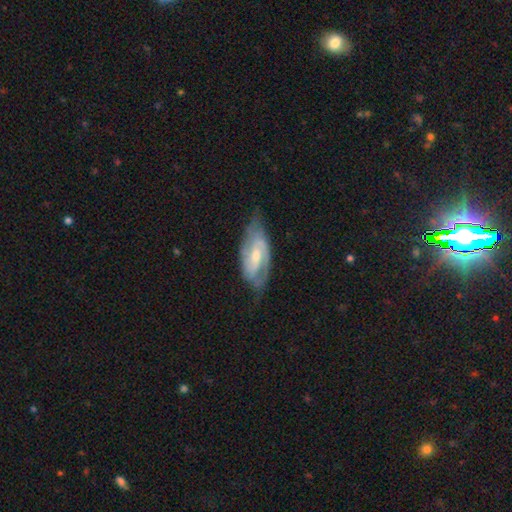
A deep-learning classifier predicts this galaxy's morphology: Smooth or featured? featured or disk (82%)
Edge-on disk? no (94%)
Bar? weak (50%)
Spiral arms? yes (94%)
Spiral winding? medium (47%)
Spiral arm count? 2 (82%)
Bulge size? moderate (48%)
Merging? none (65%)